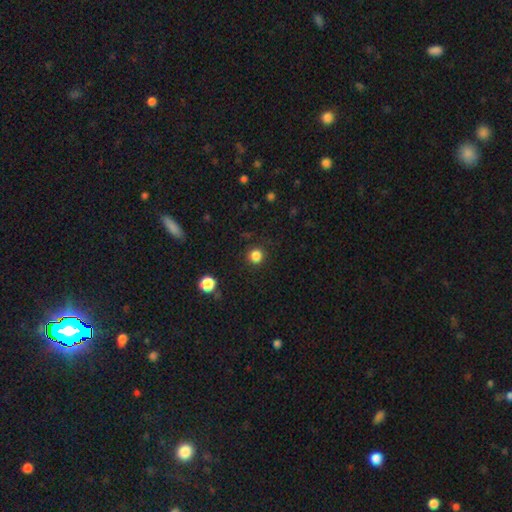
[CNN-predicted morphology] The model was most divided on "smooth or featured": smooth: 84%, star or artifact: 12%, featured or disk: 3%. More confident: how rounded — round (93%); merging — none (90%).